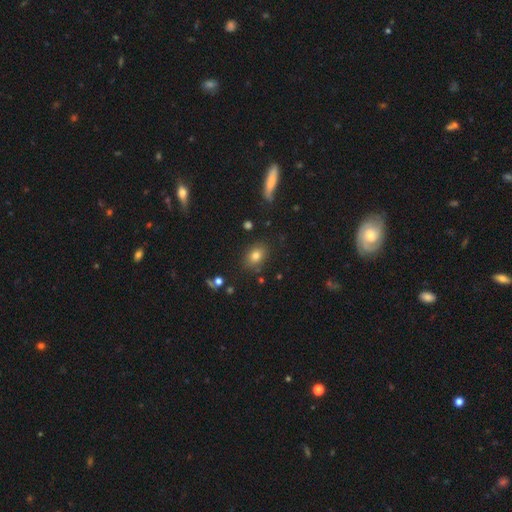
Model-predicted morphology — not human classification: Overall: smooth (78%). How rounded: in between (67%; round 31%). Merging: none (83%).